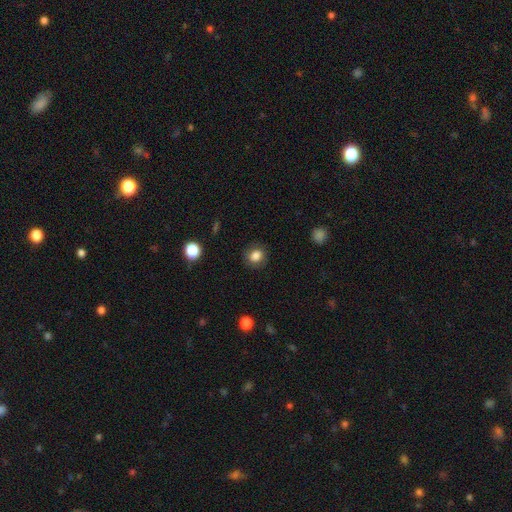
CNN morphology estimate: Smooth or featured?
  - smooth: 83% *
  - star or artifact: 10%
  - featured or disk: 7%
How rounded?
  - round: 75% *
  - in between: 24%
  - cigar-shaped: 1%
Merging?
  - none: 85% *
  - minor disturbance: 11%
  - major disturbance: 3%
  - merger: 1%